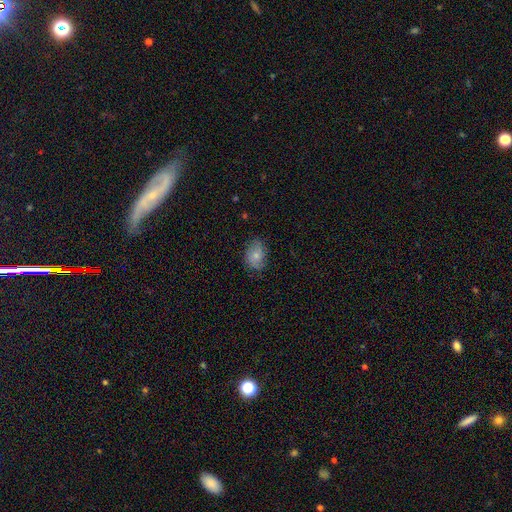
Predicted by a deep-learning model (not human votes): Morphology: type=smooth (69%); roundness=in between (72%); merging=none (71%).